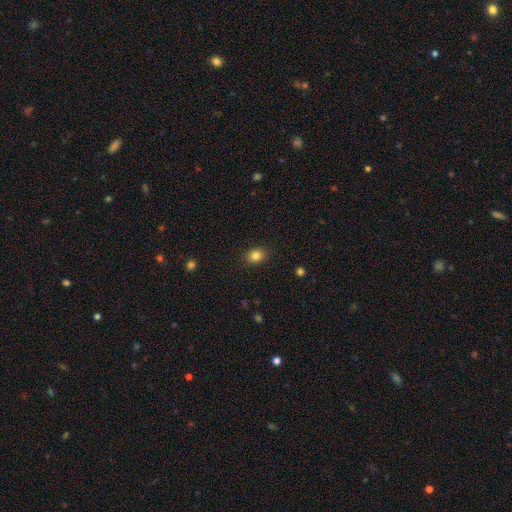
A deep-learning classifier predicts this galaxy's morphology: Smooth or featured?
  - smooth: 84% *
  - star or artifact: 11%
  - featured or disk: 5%
How rounded?
  - in between: 52% *
  - round: 47%
  - cigar-shaped: 1%
Merging?
  - none: 88% *
  - minor disturbance: 9%
  - major disturbance: 3%
  - merger: 1%